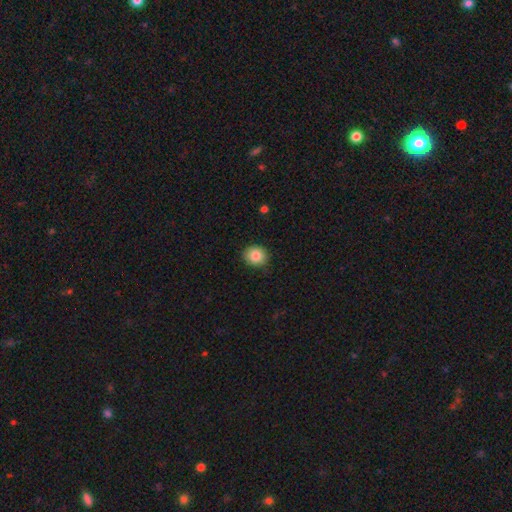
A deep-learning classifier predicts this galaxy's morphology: Smooth or featured? smooth (85%)
How rounded? round (73%)
Merging? none (88%)